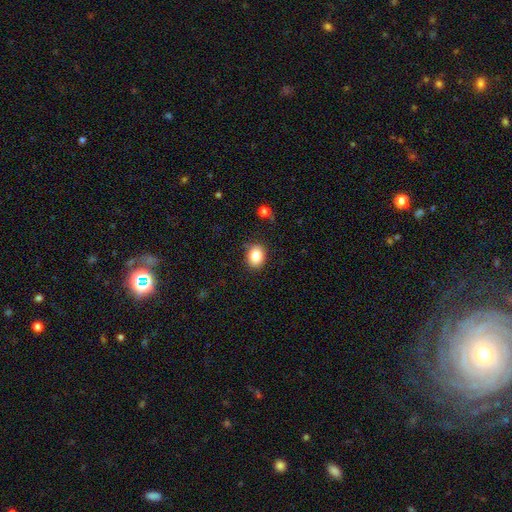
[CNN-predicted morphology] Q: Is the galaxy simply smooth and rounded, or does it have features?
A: smooth — 83%.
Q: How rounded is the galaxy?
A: in between — 59%.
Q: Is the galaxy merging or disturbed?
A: none — 86%.